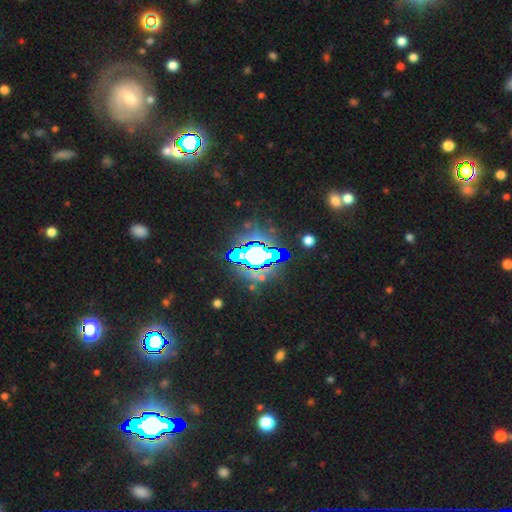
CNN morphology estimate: The model was most divided on "smooth or featured": star or artifact: 73%, smooth: 14%, featured or disk: 13%.